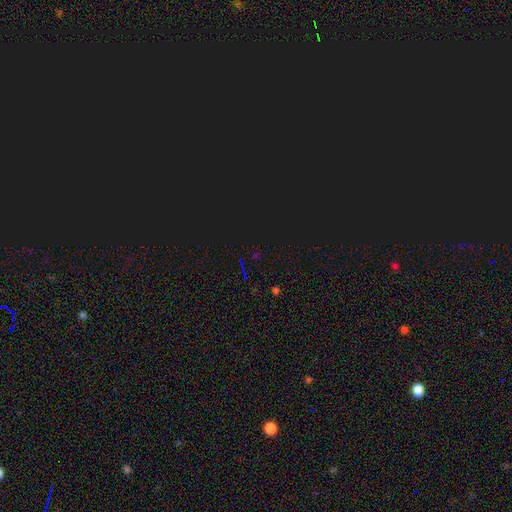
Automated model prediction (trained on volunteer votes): This is likely a star or artifact rather than a galaxy (78%).